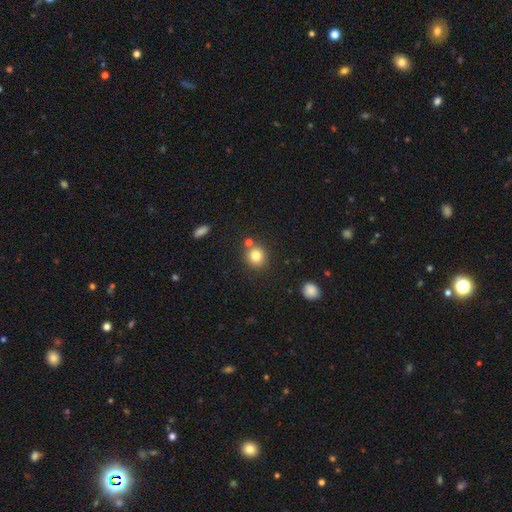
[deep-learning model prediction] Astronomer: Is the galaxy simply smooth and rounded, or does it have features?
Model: smooth — 81%.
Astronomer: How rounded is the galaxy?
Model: round — 89%.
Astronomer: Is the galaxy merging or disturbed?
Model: none — 77%.